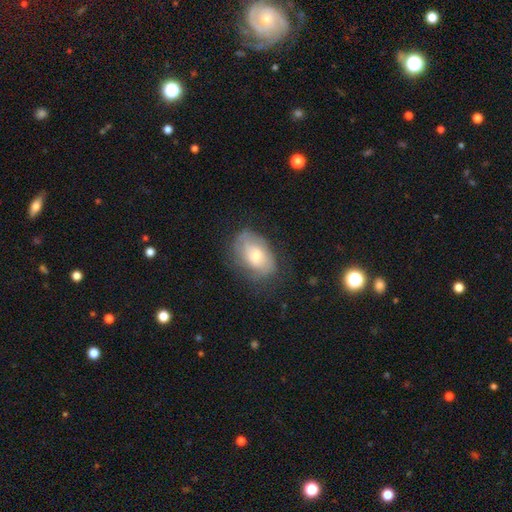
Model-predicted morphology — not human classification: This is possibly a smooth galaxy (48%). Merging: likely none (67%).